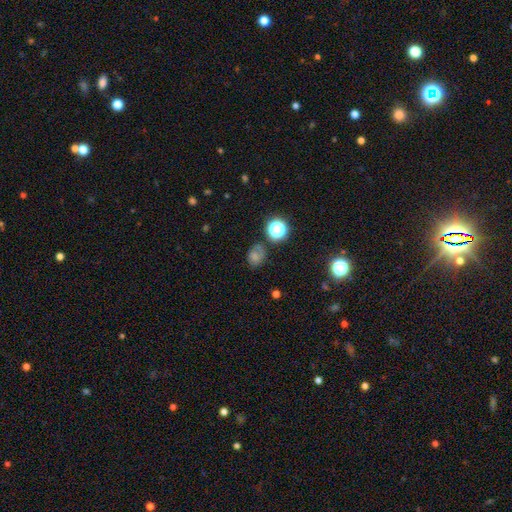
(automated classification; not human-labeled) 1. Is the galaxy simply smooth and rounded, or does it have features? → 57% smooth, 24% star or artifact, 19% featured or disk.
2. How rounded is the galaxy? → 50% round, 49% in between, 1% cigar-shaped.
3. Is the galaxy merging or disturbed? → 58% none, 25% minor disturbance, 12% major disturbance, 5% merger.